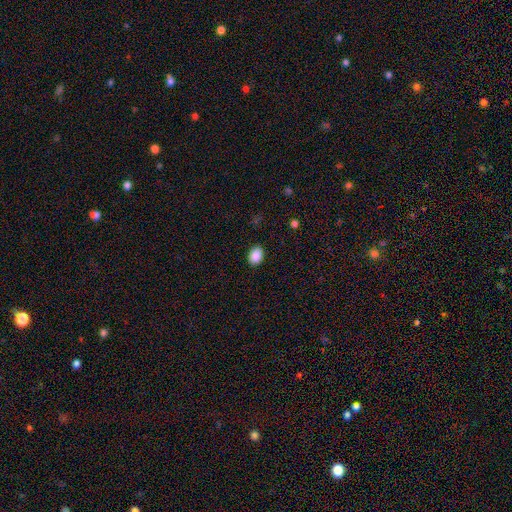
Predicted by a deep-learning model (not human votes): smooth 89%, star or artifact 8%, featured or disk 3%. Down the decision tree: how rounded — in between (66%); merging — none (89%).